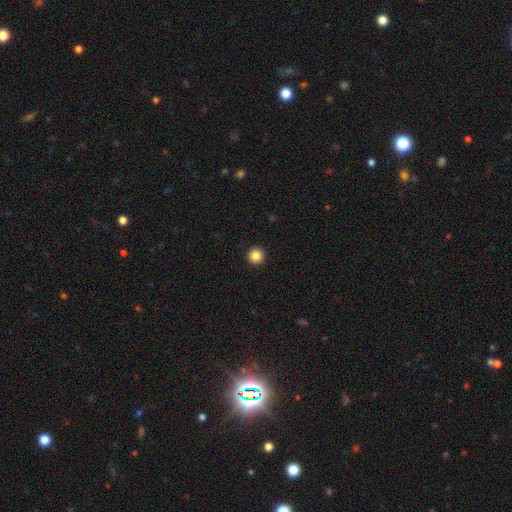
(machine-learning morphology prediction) Overall: smooth (86%). How rounded: round (96%). Merging: none (94%).